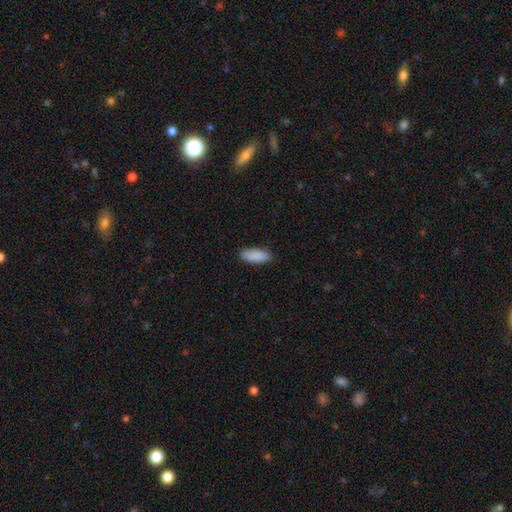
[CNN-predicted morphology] Smooth or featured? Predicted: smooth (p=0.90). How rounded? Predicted: in between (p=0.76). Merging? Predicted: none (p=0.88).